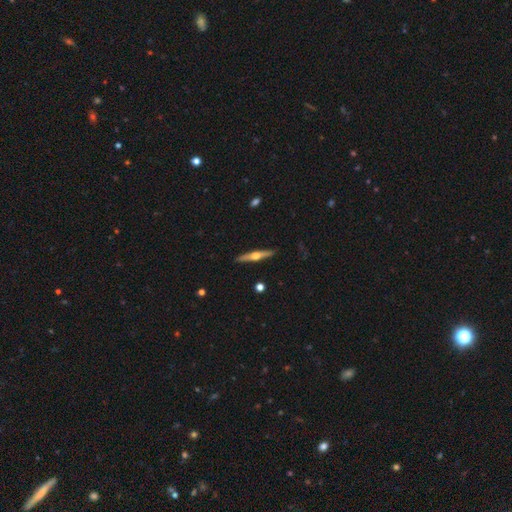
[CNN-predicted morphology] Smooth or featured? featured or disk (68%)
Edge-on disk? yes (97%)
Edge-on bulge? rounded (93%)
Merging? none (91%)